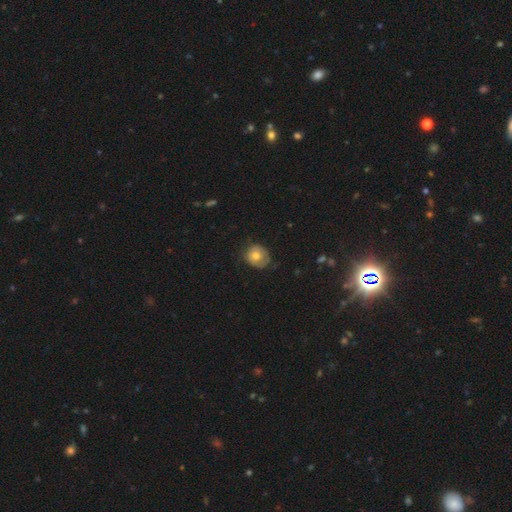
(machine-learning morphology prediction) Smooth or featured? smooth (63%)
How rounded? round (77%)
Merging? none (62%)